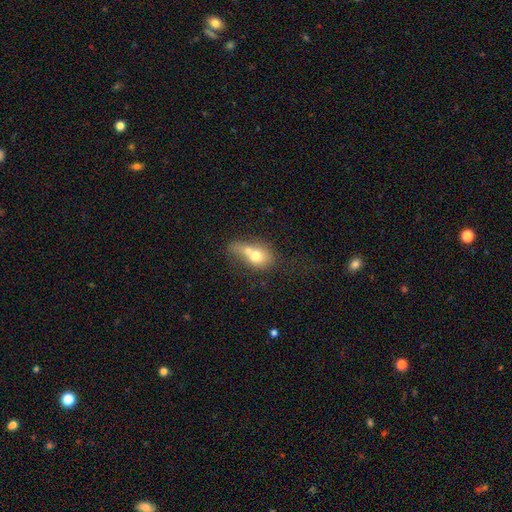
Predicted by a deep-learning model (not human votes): A smooth galaxy with no disk features (66%) that is in between round and cigar-shaped (53%).

Vote fractions:
- Smooth or featured? smooth: 66% / featured or disk: 25% / star or artifact: 9%
- How rounded? in between: 53% / round: 44% / cigar-shaped: 3%
- Merging? merger: 66% / none: 17% / minor disturbance: 9% / major disturbance: 9%